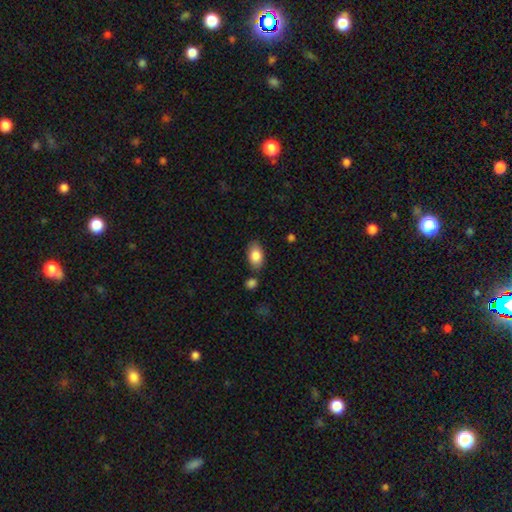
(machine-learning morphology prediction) smooth 84%, featured or disk 9%, star or artifact 7%. Down the decision tree: how rounded — in between (92%); merging — none (79%).